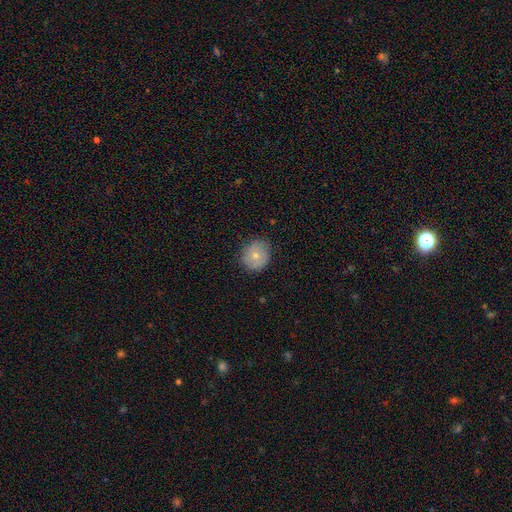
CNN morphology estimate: smooth_or_featured: smooth (p=0.70) [alt: featured or disk p=0.22]
how_rounded: round (p=0.78) [alt: in between p=0.21]
merging: none (p=0.79) [alt: minor disturbance p=0.17]